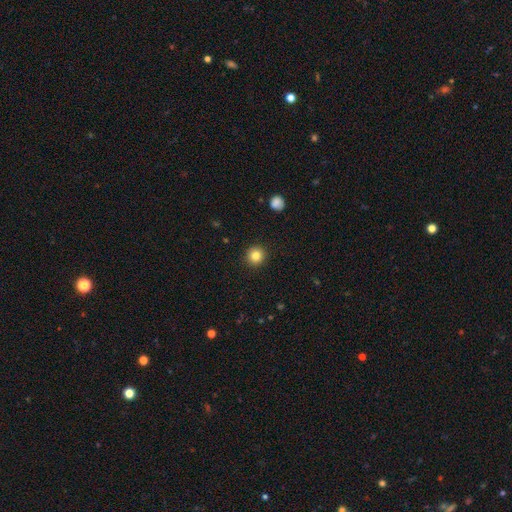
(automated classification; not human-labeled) This is clearly a smooth galaxy (83%). How rounded: clearly round (95%). Merging: clearly none (93%).